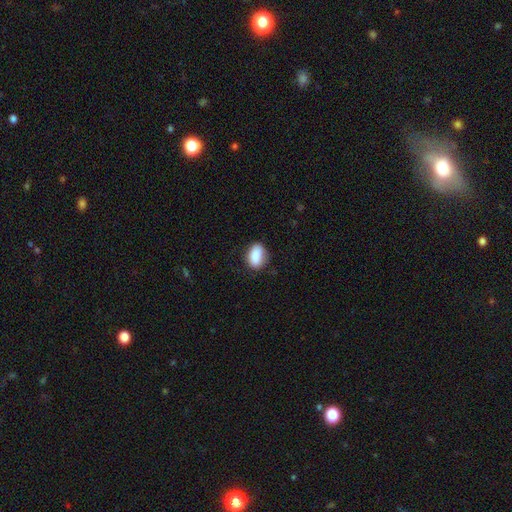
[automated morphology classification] The model was most divided on "merging": none: 77%, minor disturbance: 18%, major disturbance: 4%, merger: 1%. More confident: smooth or featured — smooth (88%); how rounded — in between (85%).